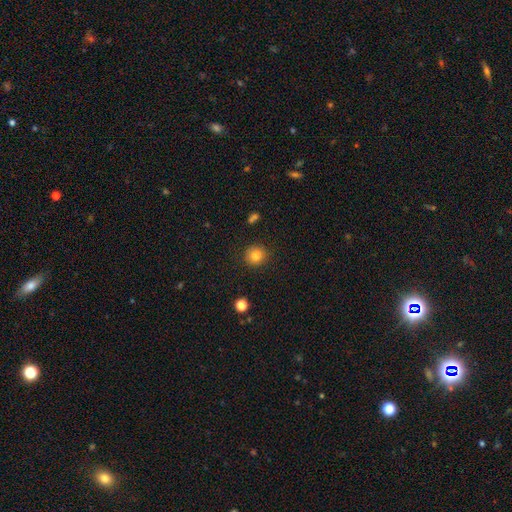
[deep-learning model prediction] Smooth or featured: smooth — 82% (star or artifact — 11%)
How rounded: round — 91% (in between — 8%)
Merging: none — 90% (minor disturbance — 7%)